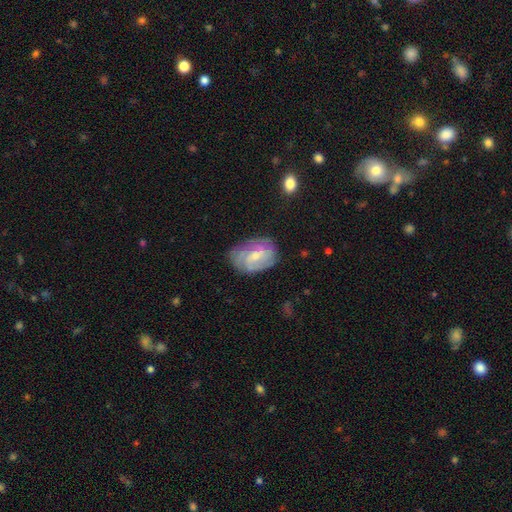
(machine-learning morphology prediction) Smooth or featured? Predicted: featured or disk (p=0.71). Edge-on disk? Predicted: no (p=0.97). Bar? Predicted: weak (p=0.53). Spiral arms? Predicted: yes (p=0.88). Spiral winding? Predicted: tight (p=0.48). Spiral arm count? Predicted: can't tell (p=0.36). Bulge size? Predicted: small (p=0.55). Merging? Predicted: none (p=0.71).